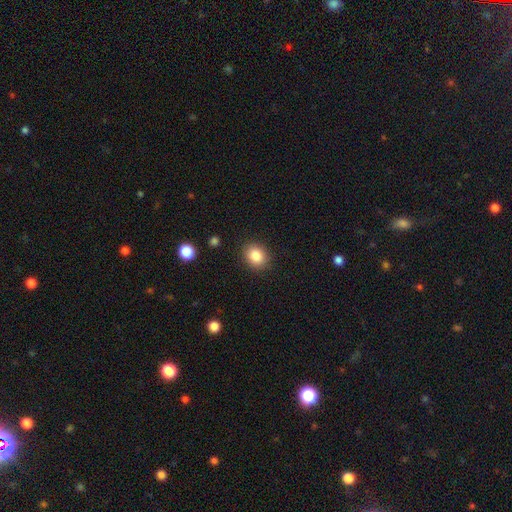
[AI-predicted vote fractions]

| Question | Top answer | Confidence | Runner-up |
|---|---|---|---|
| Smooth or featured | smooth | 85% | star or artifact (9%) |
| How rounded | round | 57% | in between (43%) |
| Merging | none | 88% | minor disturbance (8%) |